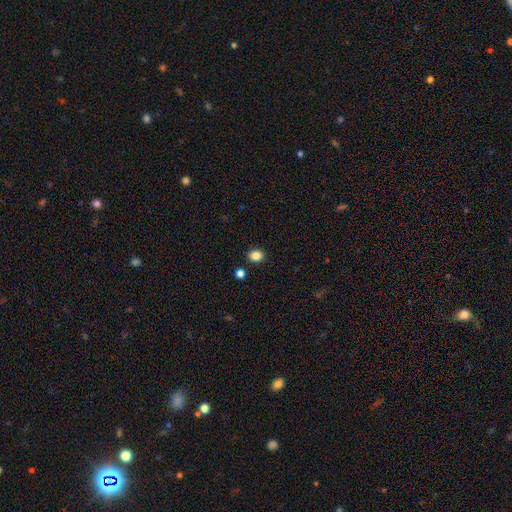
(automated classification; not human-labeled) A smooth galaxy with no disk features (85%) that is round (59%). Merging: none (89%).